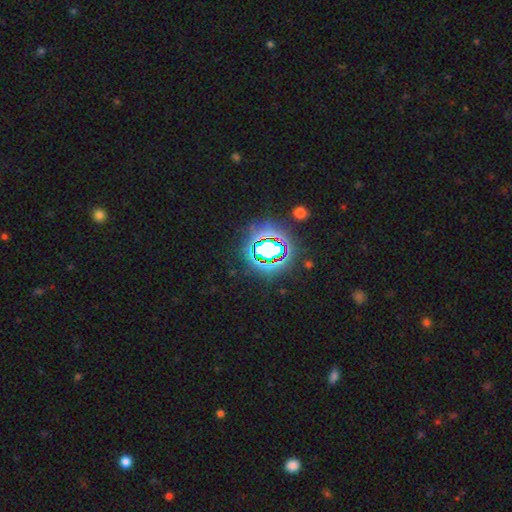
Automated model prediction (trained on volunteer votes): A star or artifact, not a galaxy (78%).